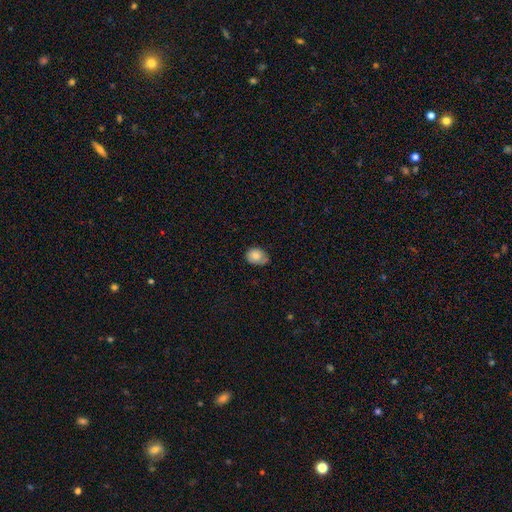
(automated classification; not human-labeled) smooth_or_featured: smooth (p=0.81) [alt: featured or disk p=0.10]
how_rounded: in between (p=0.52) [alt: round p=0.47]
merging: none (p=0.56) [alt: minor disturbance p=0.35]